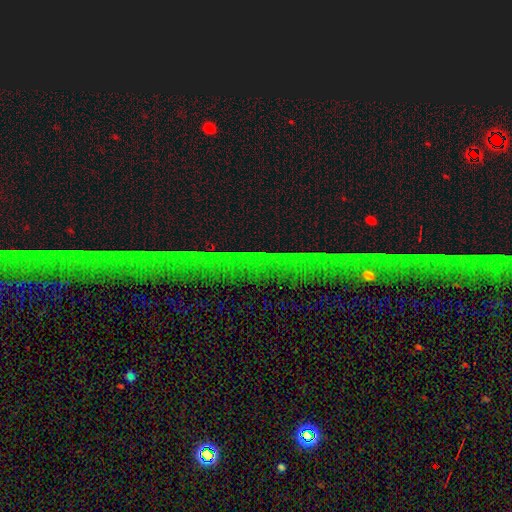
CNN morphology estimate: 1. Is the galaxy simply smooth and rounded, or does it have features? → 86% star or artifact, 8% featured or disk, 6% smooth.